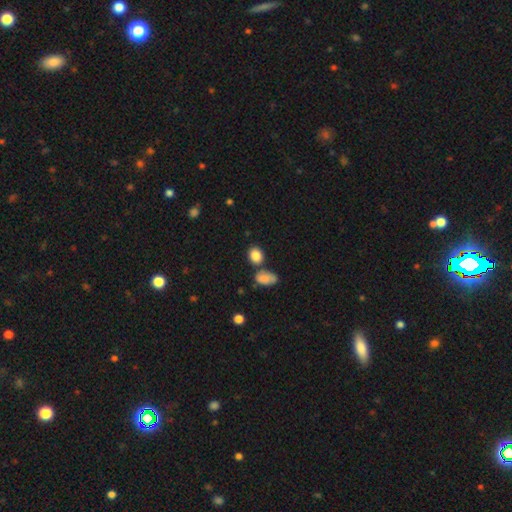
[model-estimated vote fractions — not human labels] Q: Smooth or featured?
A: smooth (85%); runner-up: star or artifact (9%)
Q: How rounded?
A: round (51%); runner-up: in between (48%)
Q: Merging?
A: none (67%); runner-up: merger (16%)